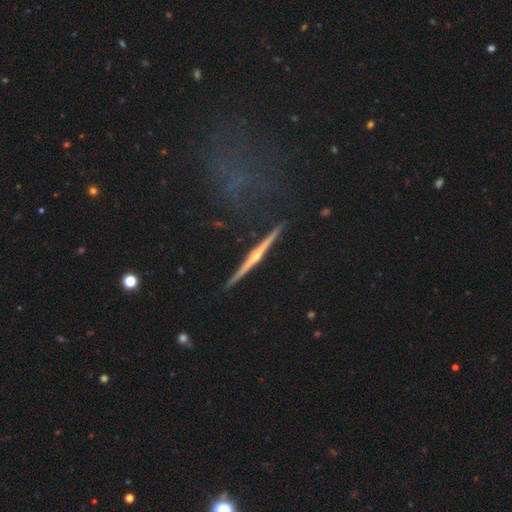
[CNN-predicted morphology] Overall: featured or disk (83%). Edge-on disk: yes (98%). Edge-on bulge: rounded (86%). Merging: none (89%).